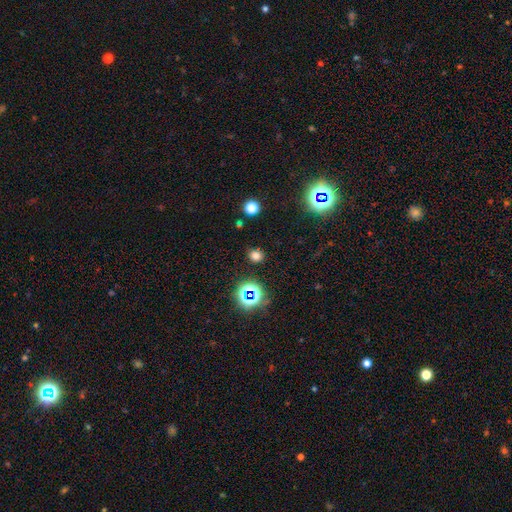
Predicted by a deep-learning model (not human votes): Morphology: type=smooth (68%); roundness=round (67%); merging=none (84%).